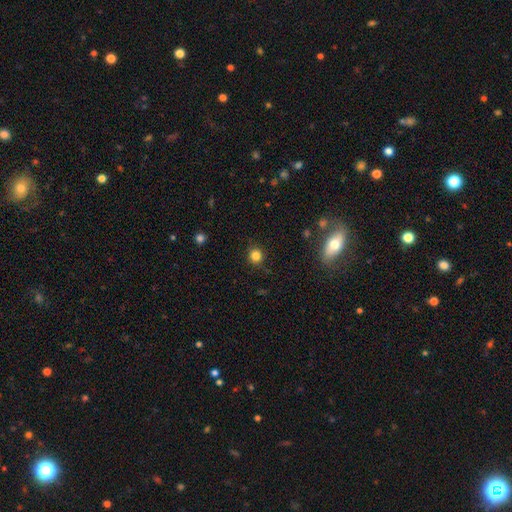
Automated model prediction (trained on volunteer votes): smooth-or-featured: smooth: 83% | star or artifact: 13% | featured or disk: 5%
  how-rounded: round: 91% | in between: 8% | cigar-shaped: 1%
  merging: none: 87% | minor disturbance: 9% | major disturbance: 3% | merger: 1%